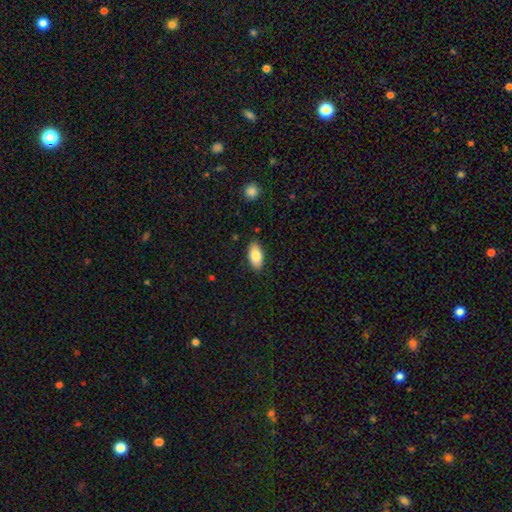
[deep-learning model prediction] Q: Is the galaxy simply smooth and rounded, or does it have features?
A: smooth — 82%.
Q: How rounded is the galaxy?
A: in between — 92%.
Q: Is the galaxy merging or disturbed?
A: none — 86%.